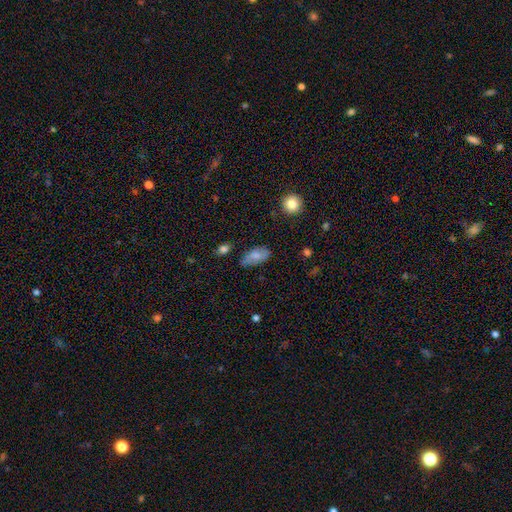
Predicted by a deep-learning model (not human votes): The model was most divided on "merging": none: 65%, minor disturbance: 27%, major disturbance: 6%, merger: 2%. More confident: how rounded — in between (91%); smooth or featured — smooth (73%).